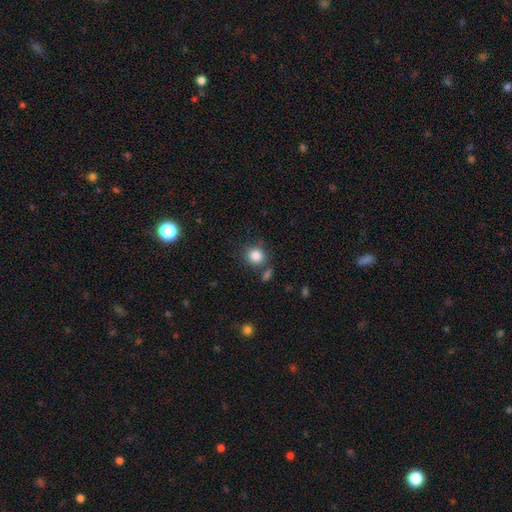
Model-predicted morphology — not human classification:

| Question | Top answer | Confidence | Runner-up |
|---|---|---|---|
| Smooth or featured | smooth | 85% | star or artifact (10%) |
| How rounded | round | 85% | in between (14%) |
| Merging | none | 76% | minor disturbance (11%) |